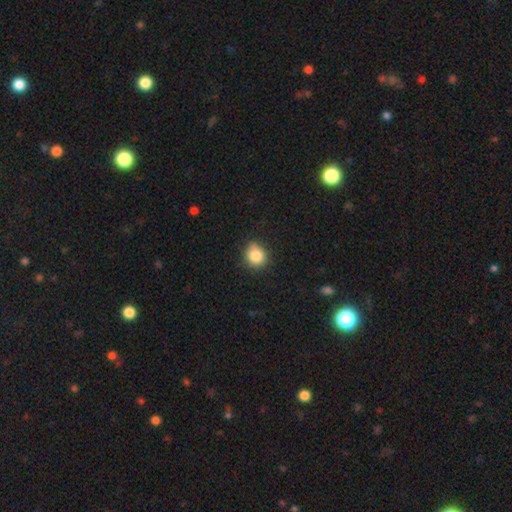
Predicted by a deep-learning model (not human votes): The model was most divided on "how rounded": round: 77%, in between: 22%, cigar-shaped: 1%. More confident: smooth or featured — smooth (83%); merging — none (76%).